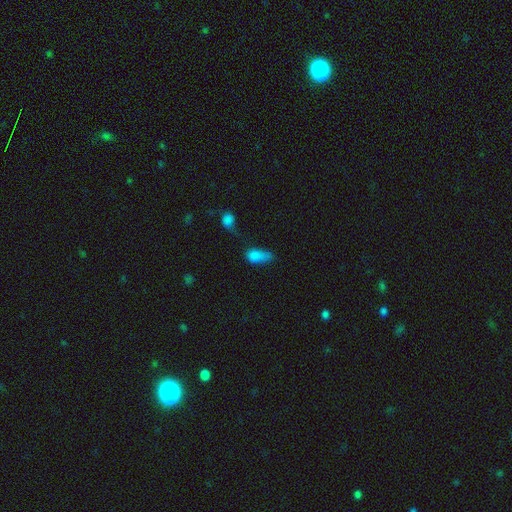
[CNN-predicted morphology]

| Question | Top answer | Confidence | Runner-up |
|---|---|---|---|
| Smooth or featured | smooth | 77% | star or artifact (12%) |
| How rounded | in between | 81% | round (11%) |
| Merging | major disturbance | 33% | minor disturbance (24%) |